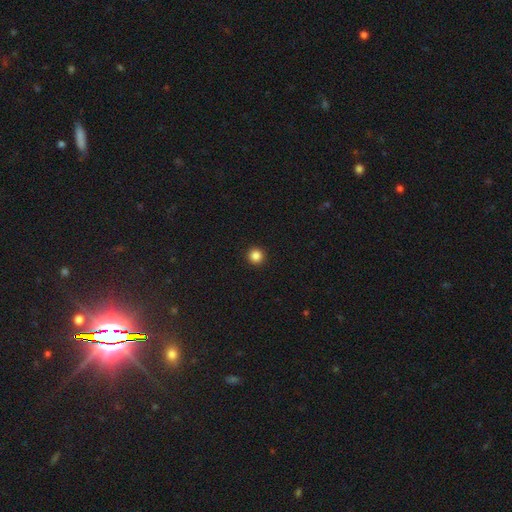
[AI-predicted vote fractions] A smooth galaxy with no disk features (86%) that is round (96%). Merging: none (94%).